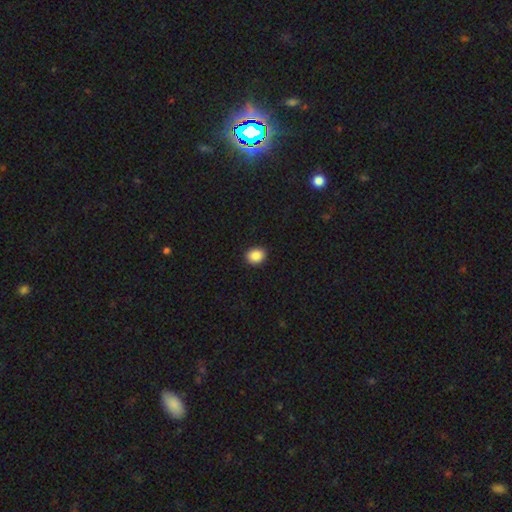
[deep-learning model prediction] Smooth or featured: smooth — 88% (star or artifact — 9%)
How rounded: round — 60% (in between — 40%)
Merging: none — 91% (minor disturbance — 6%)